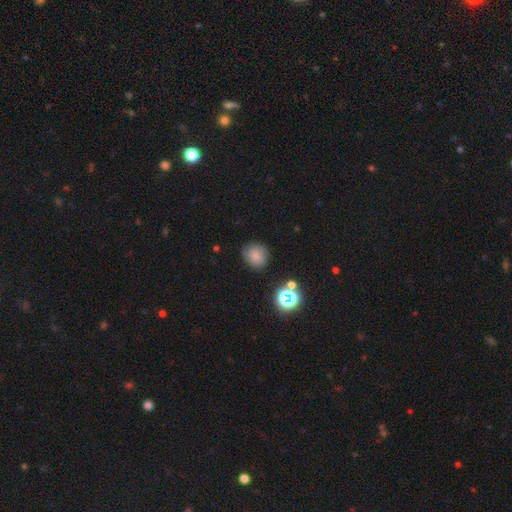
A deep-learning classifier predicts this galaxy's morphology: Smooth or featured: smooth — 73% (star or artifact — 15%)
How rounded: round — 85% (in between — 14%)
Merging: none — 80% (minor disturbance — 13%)